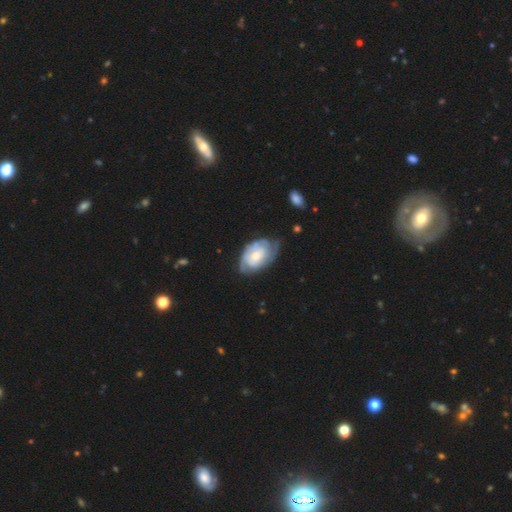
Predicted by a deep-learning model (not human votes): Overall: featured or disk (69%). Edge-on disk: no (96%). Bar: no (67%; weak 28%). Spiral arms: yes (84%). Spiral arm count: can't tell (49%; 2 29%). Spiral winding: tight (64%; medium 27%). Bulge size: moderate (54%; small 36%). Merging: none (60%; minor disturbance 28%).